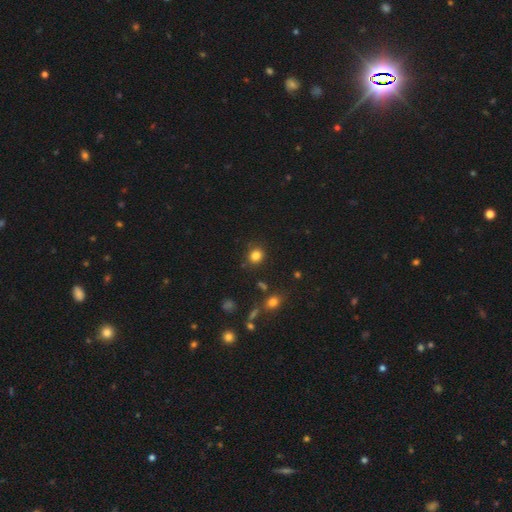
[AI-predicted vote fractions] Q: Smooth or featured?
A: smooth (82%); runner-up: star or artifact (13%)
Q: How rounded?
A: round (81%); runner-up: in between (18%)
Q: Merging?
A: none (85%); runner-up: minor disturbance (10%)